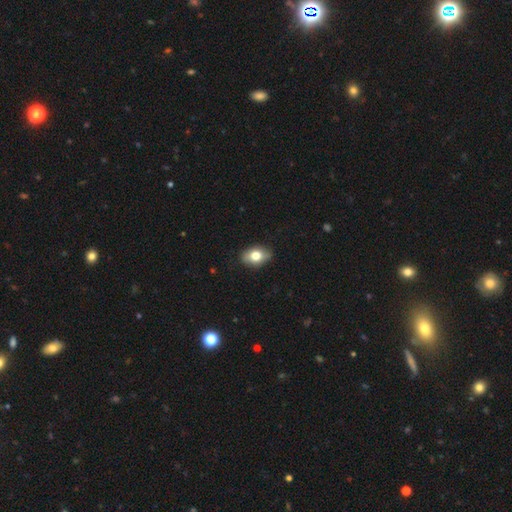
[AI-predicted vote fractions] Overall: smooth (76%). How rounded: in between (79%). Merging: none (85%).